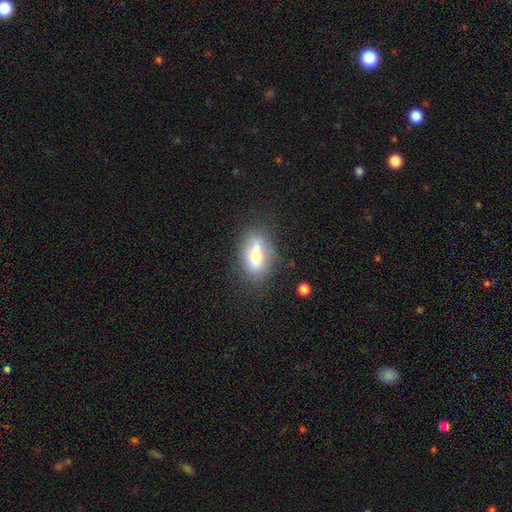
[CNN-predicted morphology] This appears to be a smooth galaxy with no disk features (70%) that is in between round and cigar-shaped (76%). Merging: none (60%).